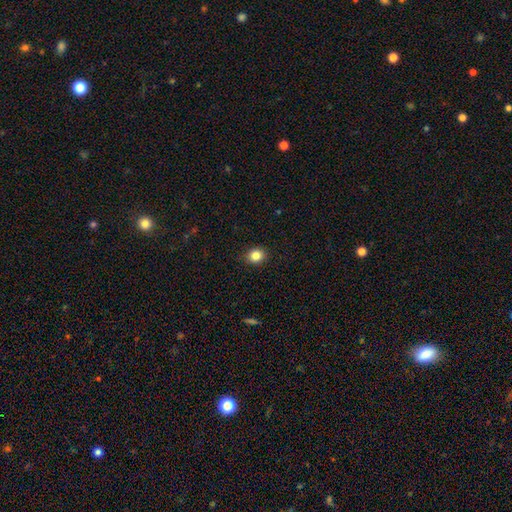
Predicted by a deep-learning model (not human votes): This is clearly a smooth galaxy (84%). How rounded: likely round (69%). Merging: clearly none (90%).